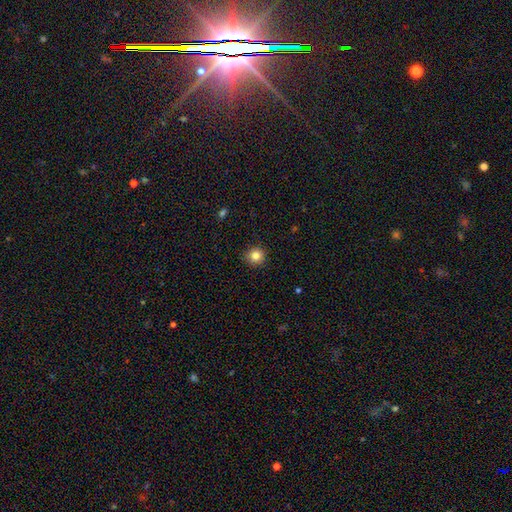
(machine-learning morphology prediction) The model was most divided on "smooth or featured": smooth: 83%, star or artifact: 11%, featured or disk: 6%. More confident: how rounded — round (92%); merging — none (90%).